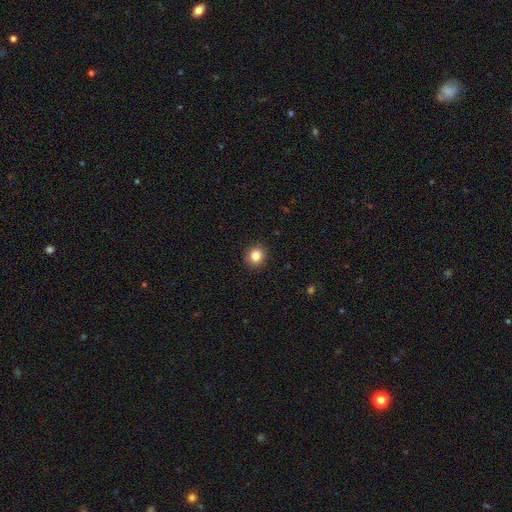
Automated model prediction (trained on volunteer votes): Smooth or featured? smooth (84%)
How rounded? round (88%)
Merging? none (91%)